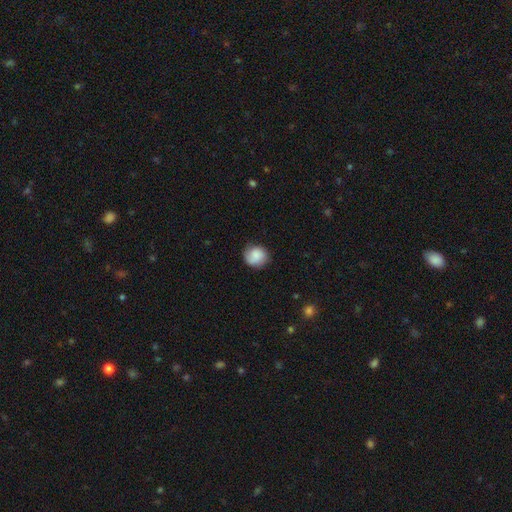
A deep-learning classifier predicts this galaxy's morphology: Smooth or featured? Predicted: smooth (p=0.77). How rounded? Predicted: round (p=0.83). Merging? Predicted: none (p=0.76).